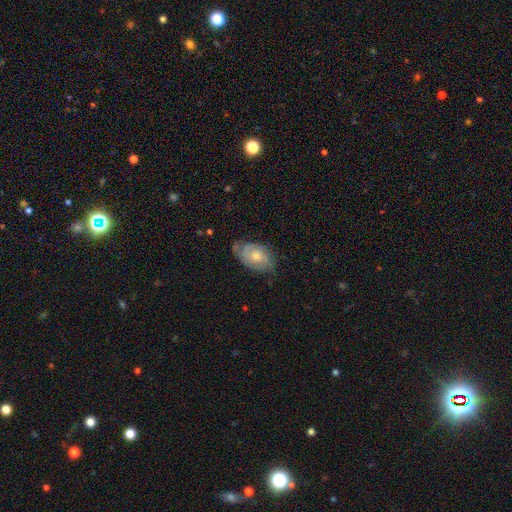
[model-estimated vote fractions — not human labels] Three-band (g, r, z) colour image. It shows a featured or disk galaxy (47%). Merging: none (59%).